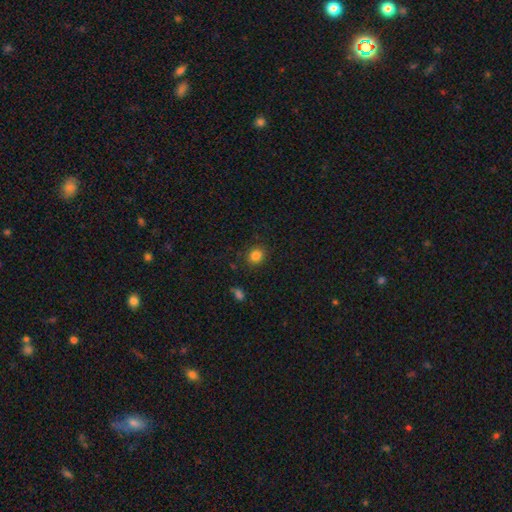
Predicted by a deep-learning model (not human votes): A smooth galaxy with no disk features (83%) that is round (79%). Merging: none (88%).